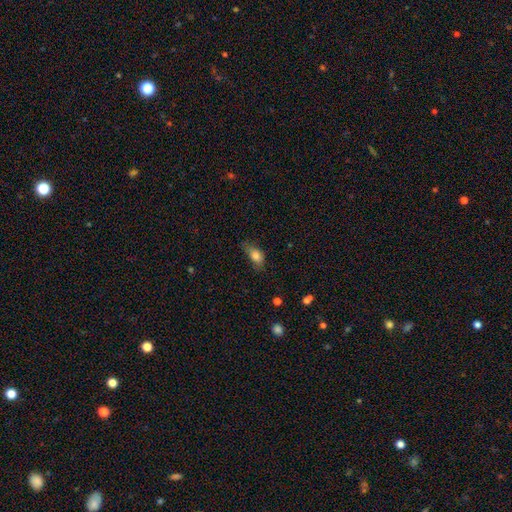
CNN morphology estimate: Smooth or featured?
  - smooth: 80% *
  - featured or disk: 11%
  - star or artifact: 9%
How rounded?
  - in between: 84% *
  - round: 11%
  - cigar-shaped: 6%
Merging?
  - none: 42% *
  - minor disturbance: 38%
  - major disturbance: 18%
  - merger: 2%